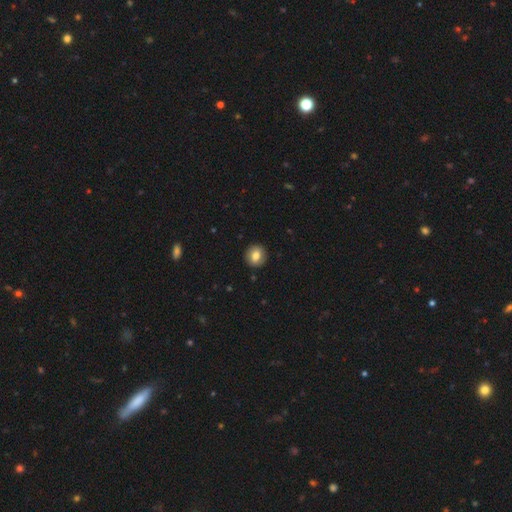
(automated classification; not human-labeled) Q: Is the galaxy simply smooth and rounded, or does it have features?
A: smooth — 79%.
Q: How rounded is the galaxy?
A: round — 87%.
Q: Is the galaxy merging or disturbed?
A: none — 91%.